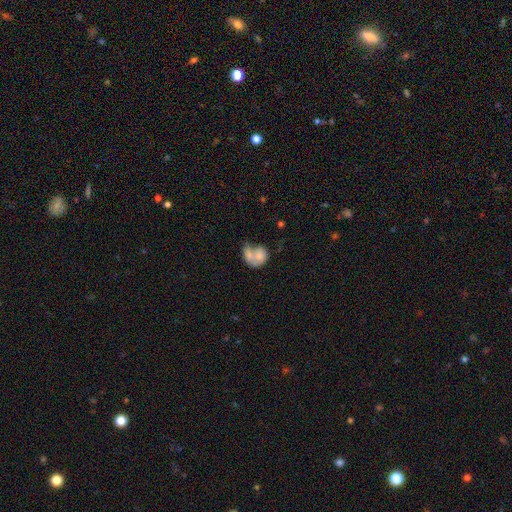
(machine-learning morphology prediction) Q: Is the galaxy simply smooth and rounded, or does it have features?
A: smooth — 62%.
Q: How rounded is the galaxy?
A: in between — 51%.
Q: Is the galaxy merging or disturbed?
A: merger — 52%.